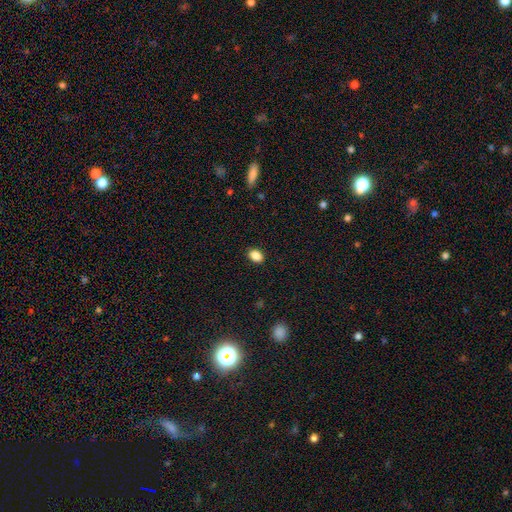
Smooth or featured: smooth — 86% (featured or disk — 8%)
How rounded: in between — 94% (round — 6%)
Merging: none — 91% (minor disturbance — 3%)